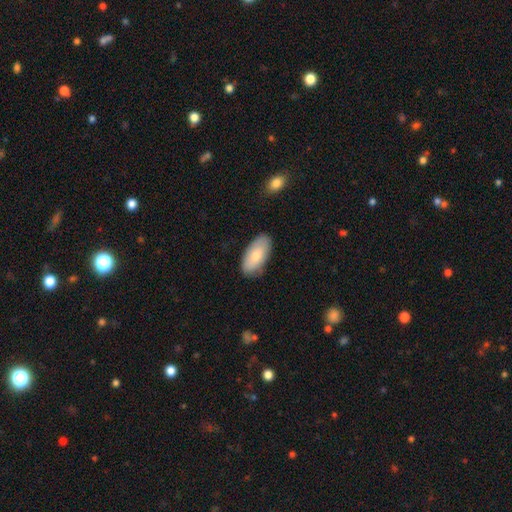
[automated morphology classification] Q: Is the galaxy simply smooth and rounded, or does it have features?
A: smooth — 79%.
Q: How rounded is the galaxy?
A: in between — 93%.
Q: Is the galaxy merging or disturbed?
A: none — 83%.